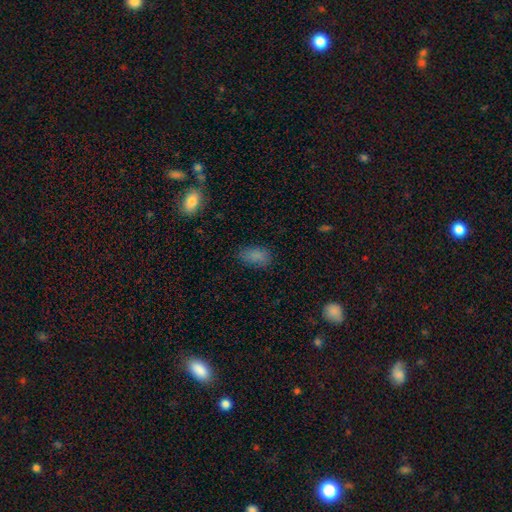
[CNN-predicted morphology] The model was most divided on "merging": none: 77%, minor disturbance: 17%, major disturbance: 4%, merger: 2%. More confident: how rounded — in between (92%); smooth or featured — smooth (82%).